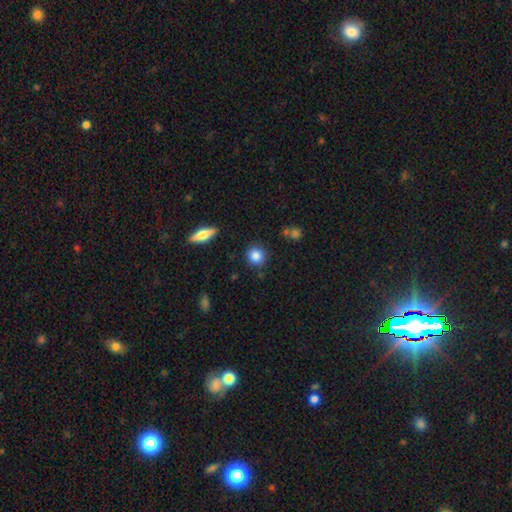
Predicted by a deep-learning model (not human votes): Overall: smooth (84%). How rounded: round (88%). Merging: none (88%).